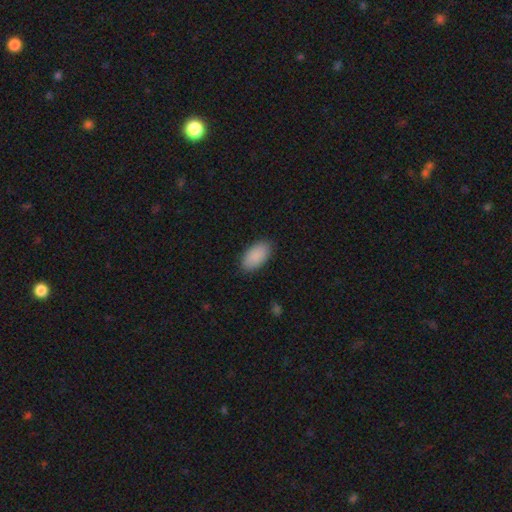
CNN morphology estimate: This is clearly a smooth galaxy (90%). How rounded: clearly in between (95%). Merging: clearly none (87%).